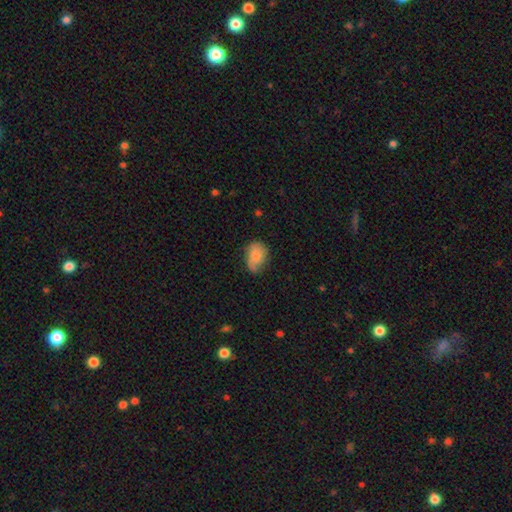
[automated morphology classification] This appears to be a smooth galaxy with no disk features (77%) that is in between round and cigar-shaped (81%). Merging: none (54%).